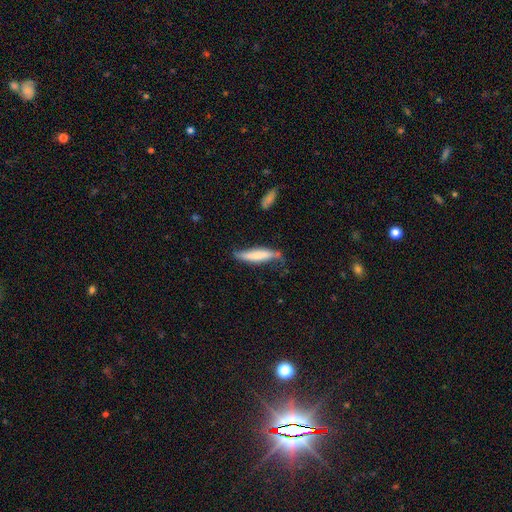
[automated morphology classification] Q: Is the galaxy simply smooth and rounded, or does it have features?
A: smooth — 62%.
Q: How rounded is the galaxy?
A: cigar-shaped — 81%.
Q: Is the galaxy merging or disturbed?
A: none — 50%.